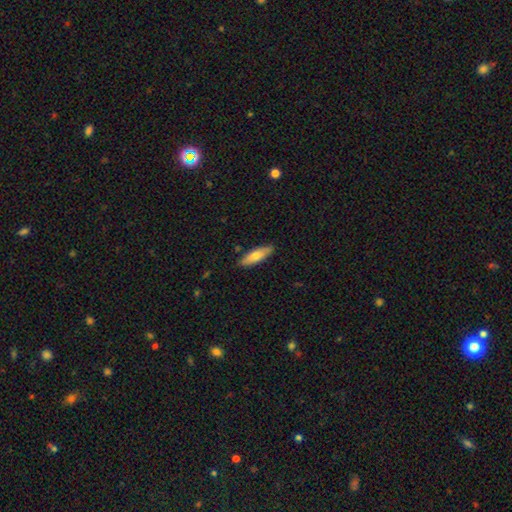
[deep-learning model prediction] Smooth or featured: smooth — 69% (featured or disk — 25%)
How rounded: cigar-shaped — 54% (in between — 44%)
Merging: none — 86% (minor disturbance — 11%)